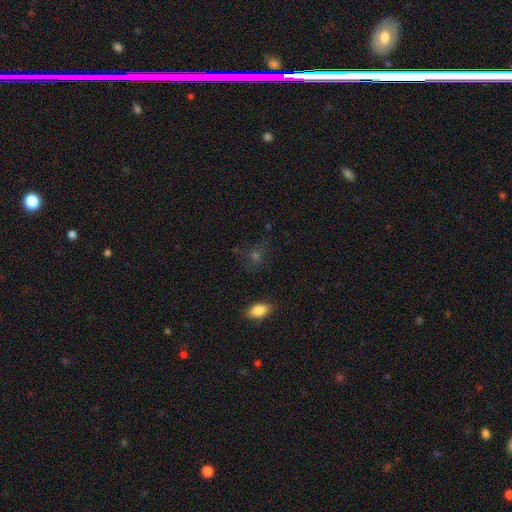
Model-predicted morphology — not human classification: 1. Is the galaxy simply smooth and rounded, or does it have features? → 52% smooth, 32% star or artifact, 16% featured or disk.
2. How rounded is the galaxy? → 60% round, 37% in between, 3% cigar-shaped.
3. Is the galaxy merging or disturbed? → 70% none, 16% minor disturbance, 10% major disturbance, 3% merger.